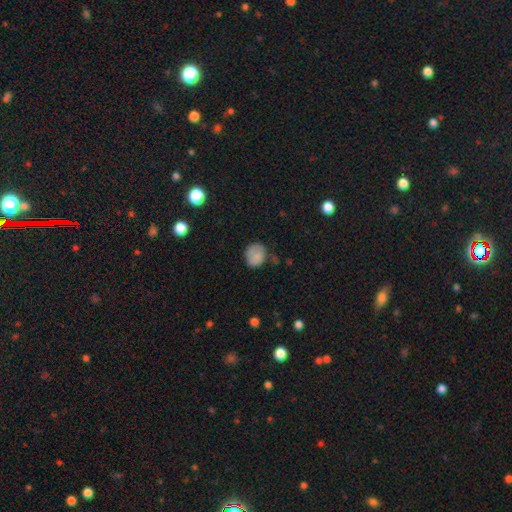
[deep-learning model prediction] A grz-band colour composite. It shows a smooth galaxy with no disk features (78%) that is round (67%). Merging: none (58%).